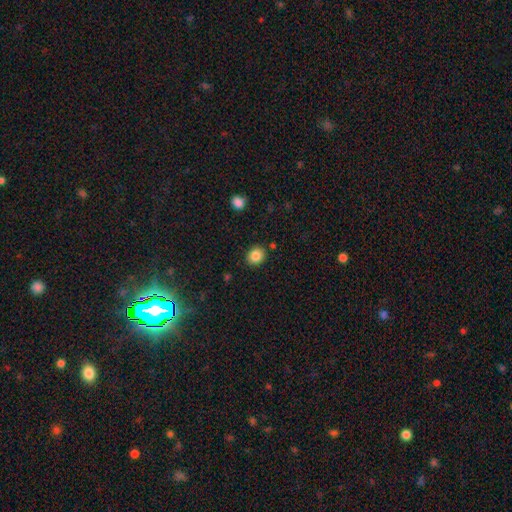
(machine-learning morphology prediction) A smooth galaxy with no disk features (85%) that is round (60%).

Vote fractions:
- Smooth or featured? smooth: 85% / star or artifact: 10% / featured or disk: 6%
- How rounded? round: 60% / in between: 39% / cigar-shaped: 1%
- Merging? none: 87% / minor disturbance: 8% / merger: 3% / major disturbance: 2%